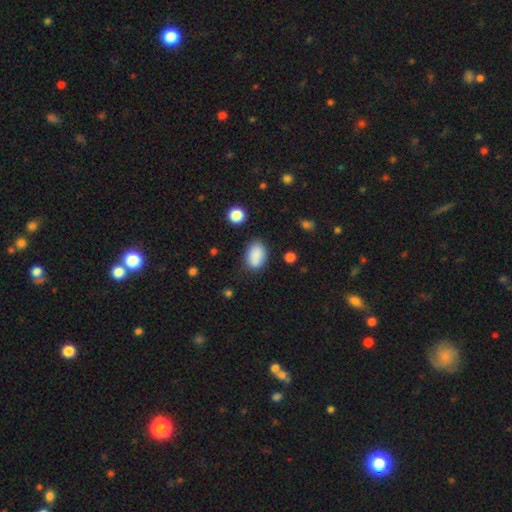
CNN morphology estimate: Smooth or featured: smooth — 87% (star or artifact — 8%)
How rounded: in between — 86% (round — 12%)
Merging: none — 77% (minor disturbance — 16%)